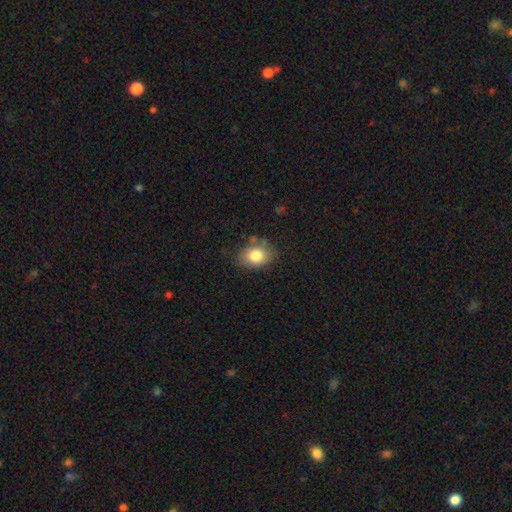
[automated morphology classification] This appears to be a smooth galaxy with no disk features (82%) that is in between round and cigar-shaped (62%). Merging: none (74%).